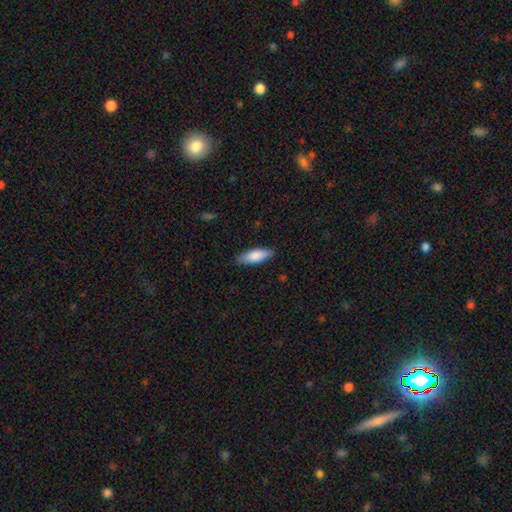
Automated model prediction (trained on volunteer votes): Smooth or featured? smooth (84%)
How rounded? in between (64%)
Merging? none (85%)